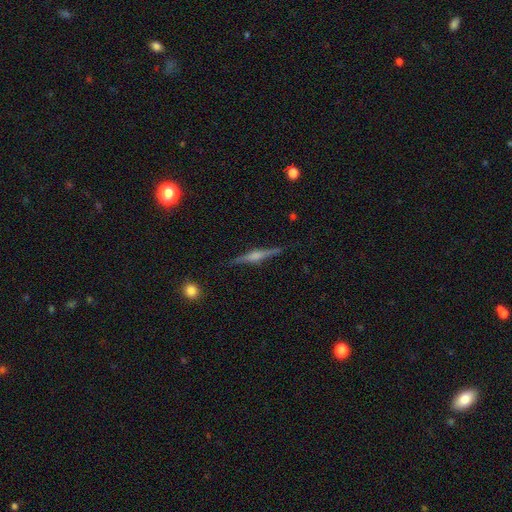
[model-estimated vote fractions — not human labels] Smooth or featured? Predicted: featured or disk (p=0.78). Edge-on disk? Predicted: yes (p=0.98). Edge-on bulge? Predicted: rounded (p=0.73). Merging? Predicted: none (p=0.90).